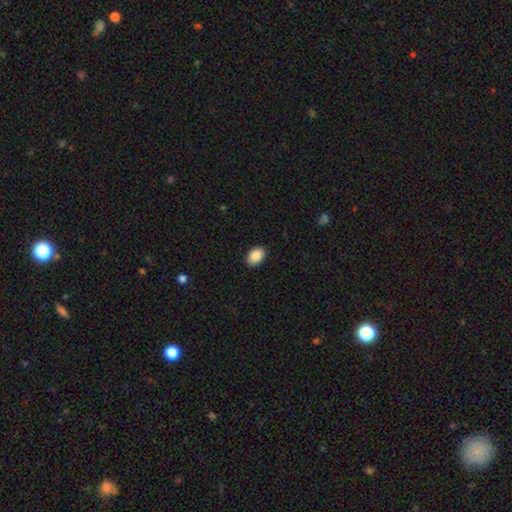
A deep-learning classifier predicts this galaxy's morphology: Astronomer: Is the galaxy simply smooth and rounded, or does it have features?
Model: smooth — 89%.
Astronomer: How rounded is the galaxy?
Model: in between — 84%.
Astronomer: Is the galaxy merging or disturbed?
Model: none — 90%.